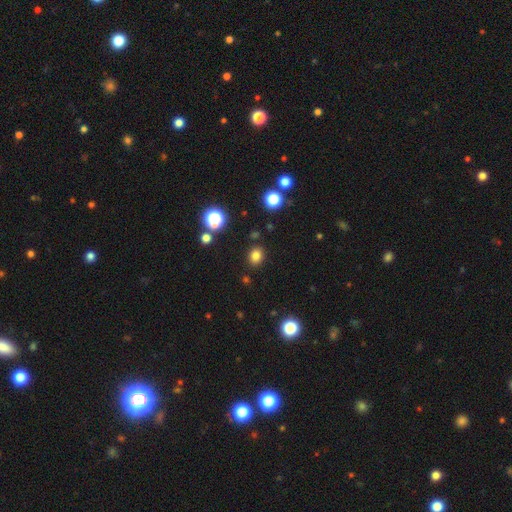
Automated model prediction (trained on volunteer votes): A smooth galaxy with no disk features (80%) that is round (60%).

Vote fractions:
- Smooth or featured? smooth: 80% / star or artifact: 15% / featured or disk: 5%
- How rounded? round: 60% / in between: 39% / cigar-shaped: 1%
- Merging? none: 87% / minor disturbance: 8% / major disturbance: 3% / merger: 2%